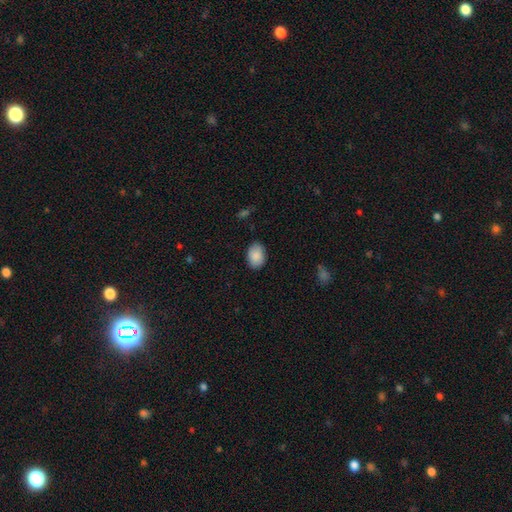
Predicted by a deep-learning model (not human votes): smooth-or-featured: smooth: 90% | star or artifact: 7% | featured or disk: 4%
  how-rounded: in between: 84% | round: 15% | cigar-shaped: 1%
  merging: none: 86% | minor disturbance: 11% | major disturbance: 2% | merger: 1%